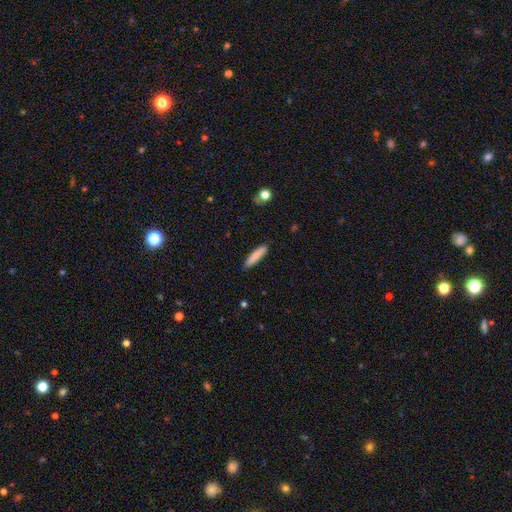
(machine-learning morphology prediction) Smooth or featured? Predicted: smooth (p=0.84). How rounded? Predicted: cigar-shaped (p=0.85). Merging? Predicted: none (p=0.88).